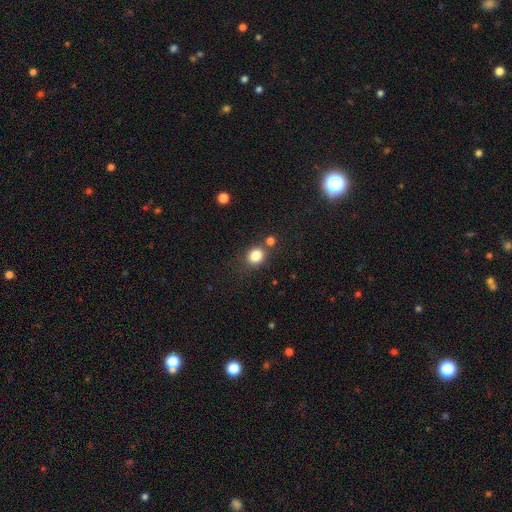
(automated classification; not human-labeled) The model was most divided on "how rounded": round: 65%, in between: 34%, cigar-shaped: 1%. More confident: smooth or featured — smooth (83%); merging — none (71%).